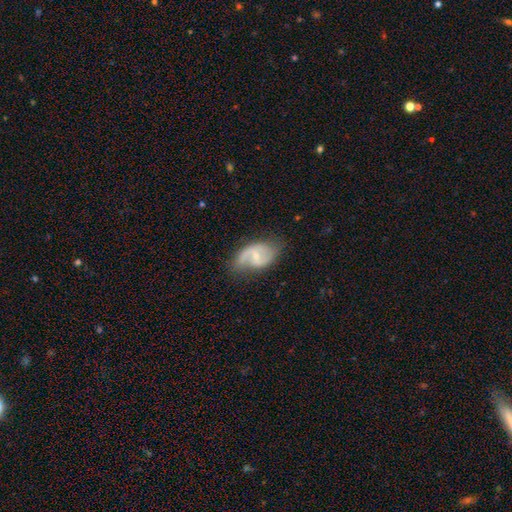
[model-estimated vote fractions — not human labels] Smooth or featured? featured or disk (75%)
Edge-on disk? no (97%)
Bar? weak (53%)
Spiral arms? yes (90%)
Spiral winding? loose (45%)
Spiral arm count? 2 (76%)
Bulge size? small (62%)
Merging? none (60%)